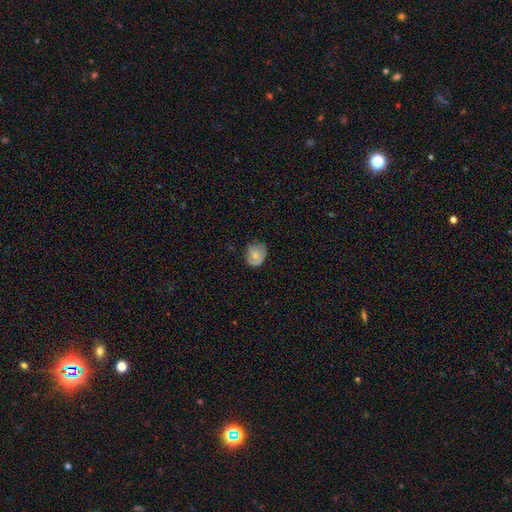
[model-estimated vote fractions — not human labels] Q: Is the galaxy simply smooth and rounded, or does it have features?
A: smooth — 66%.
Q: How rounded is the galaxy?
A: round — 63%.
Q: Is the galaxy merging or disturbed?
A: none — 65%.